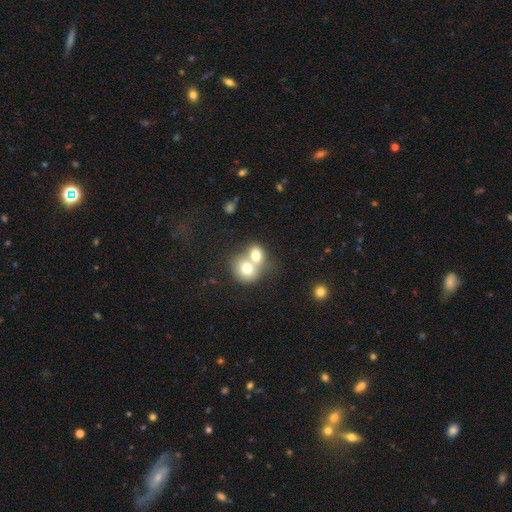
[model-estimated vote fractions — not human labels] This is likely a smooth galaxy (72%). How rounded: likely round (65%). Merging: likely merger (72%).